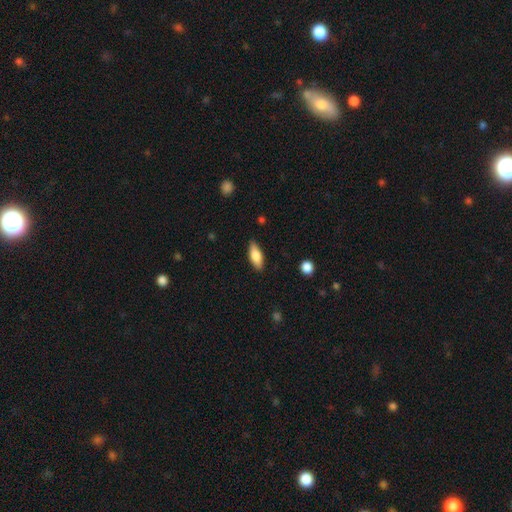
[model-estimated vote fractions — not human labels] A smooth galaxy with no disk features (77%) that is in between round and cigar-shaped (74%).

Vote fractions:
- Smooth or featured? smooth: 77% / featured or disk: 17% / star or artifact: 6%
- How rounded? in between: 74% / cigar-shaped: 23% / round: 2%
- Merging? none: 86% / minor disturbance: 11% / major disturbance: 2% / merger: 1%